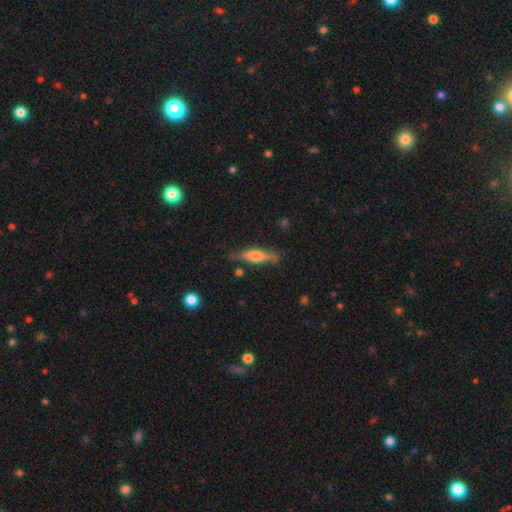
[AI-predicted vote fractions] Smooth or featured: smooth — 49% (featured or disk — 45%)
Merging: none — 70% (minor disturbance — 22%)